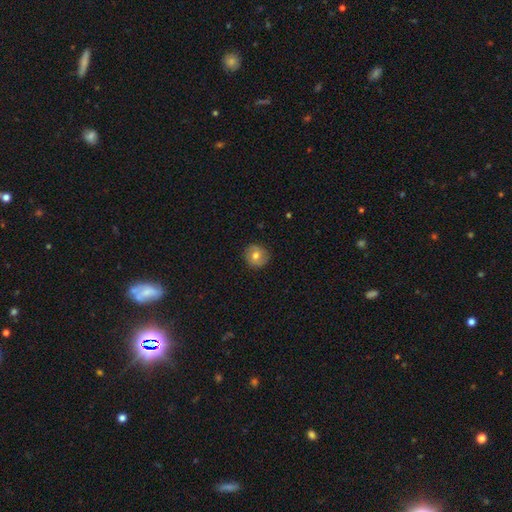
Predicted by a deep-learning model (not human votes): The model was most divided on "smooth or featured": smooth: 64%, featured or disk: 28%, star or artifact: 9%. More confident: how rounded — round (90%); merging — none (87%).